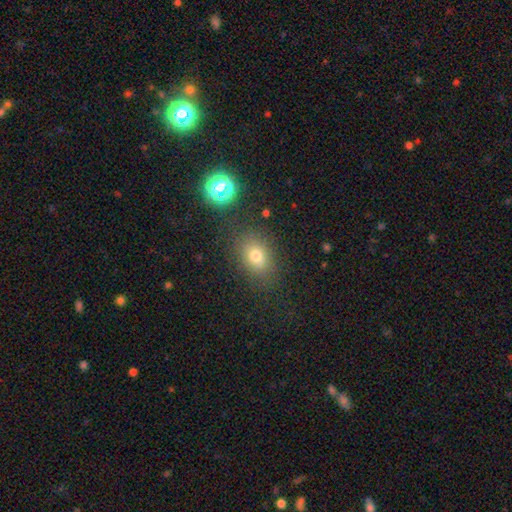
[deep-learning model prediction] smooth-or-featured: smooth: 72% | star or artifact: 17% | featured or disk: 11%
  how-rounded: in between: 60% | round: 38% | cigar-shaped: 2%
  merging: none: 80% | minor disturbance: 12% | major disturbance: 5% | merger: 3%